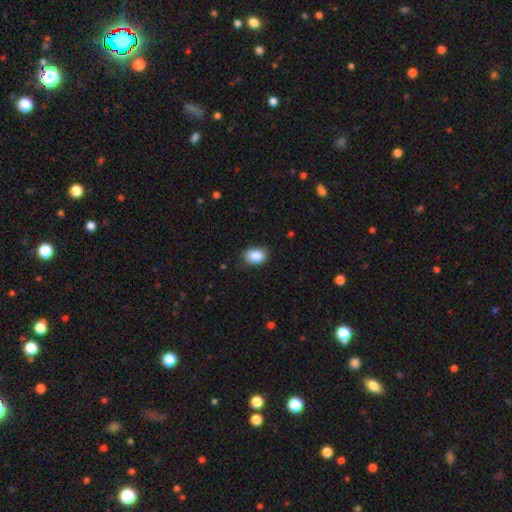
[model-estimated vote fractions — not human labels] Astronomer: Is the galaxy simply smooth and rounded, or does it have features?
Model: smooth — 88%.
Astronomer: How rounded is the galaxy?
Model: in between — 82%.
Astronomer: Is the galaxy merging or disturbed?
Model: none — 77%.